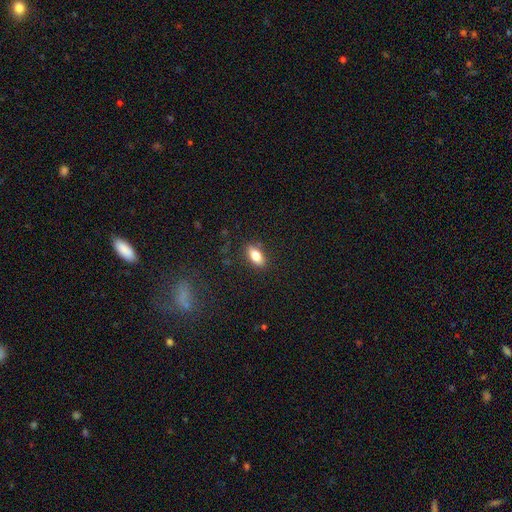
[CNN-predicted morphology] Smooth or featured: smooth — 78% (featured or disk — 14%)
How rounded: in between — 85% (cigar-shaped — 11%)
Merging: none — 86% (minor disturbance — 10%)